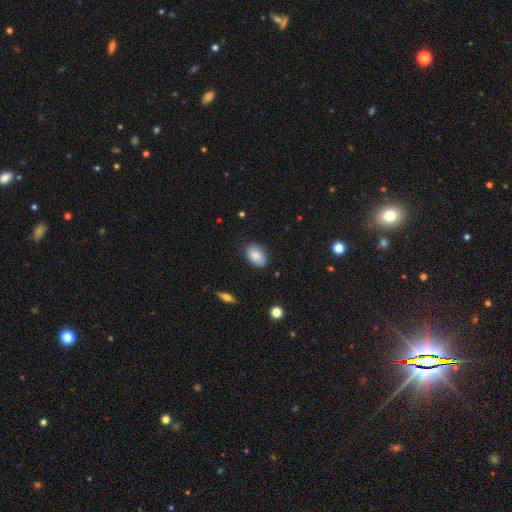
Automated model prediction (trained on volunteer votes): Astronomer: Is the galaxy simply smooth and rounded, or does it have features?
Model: smooth — 82%.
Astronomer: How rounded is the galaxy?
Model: in between — 89%.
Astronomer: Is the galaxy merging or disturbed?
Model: none — 79%.